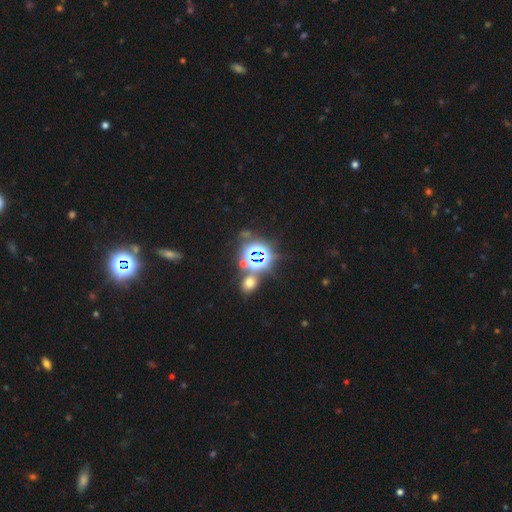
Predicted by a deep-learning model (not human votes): A star or artifact, not a galaxy (75%).

Vote fractions:
- Smooth or featured? star or artifact: 75% / smooth: 17% / featured or disk: 8%